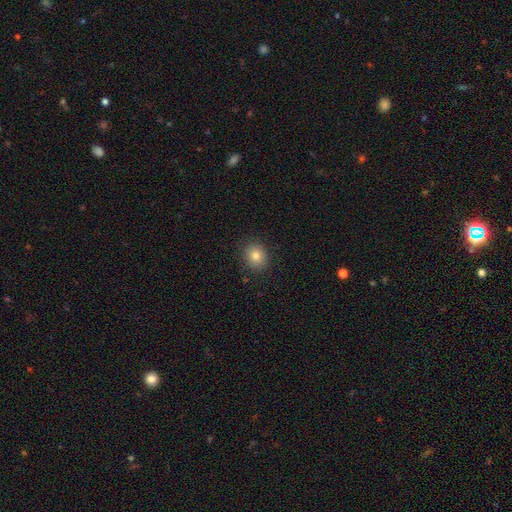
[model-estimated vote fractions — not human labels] Overall: smooth (80%). How rounded: round (77%). Merging: none (89%).